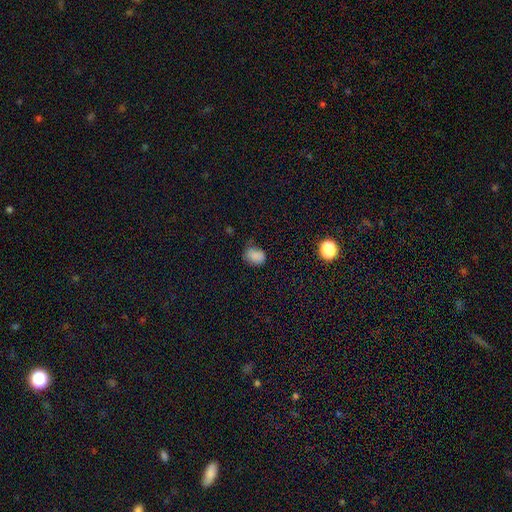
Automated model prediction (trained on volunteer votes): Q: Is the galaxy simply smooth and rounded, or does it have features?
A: smooth — 83%.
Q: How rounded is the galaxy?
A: in between — 65%.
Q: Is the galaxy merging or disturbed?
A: none — 56%.